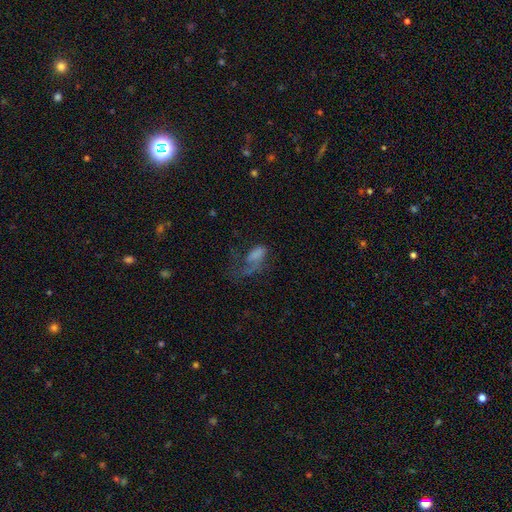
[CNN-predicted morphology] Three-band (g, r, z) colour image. It shows a smooth galaxy with no disk features (56%) that is in between round and cigar-shaped (86%). Merging: major disturbance (61%).